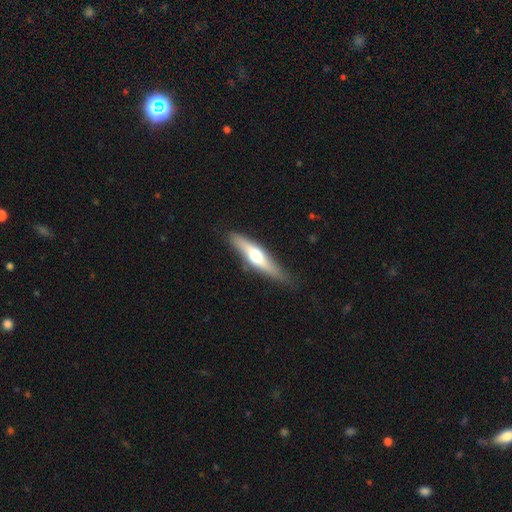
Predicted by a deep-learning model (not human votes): This is possibly a featured or disk galaxy (52%). It is clearly viewed edge-on (88%). Merging: clearly none (81%).